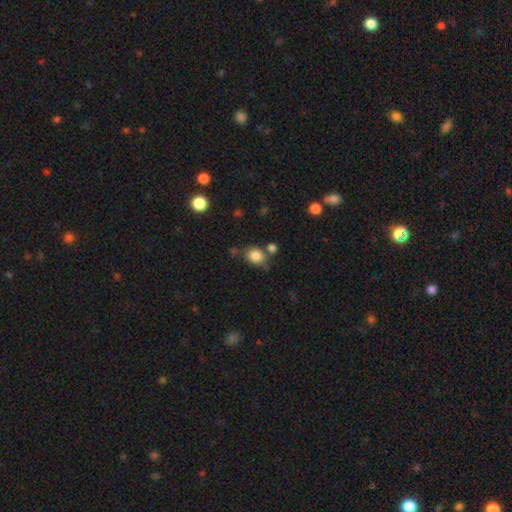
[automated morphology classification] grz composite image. It shows a smooth galaxy with no disk features (84%) that is round (58%). Merging: none (65%).